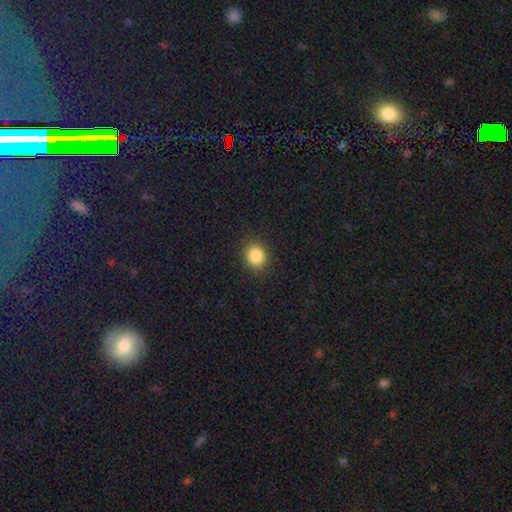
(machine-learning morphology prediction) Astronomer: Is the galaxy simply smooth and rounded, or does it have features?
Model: smooth — 85%.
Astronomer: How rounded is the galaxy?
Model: round — 67%.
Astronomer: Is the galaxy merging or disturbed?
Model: none — 89%.